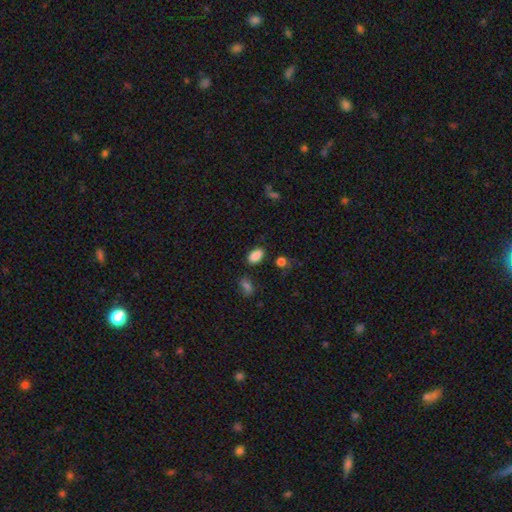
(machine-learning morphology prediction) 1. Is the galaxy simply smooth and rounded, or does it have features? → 87% smooth, 9% star or artifact, 4% featured or disk.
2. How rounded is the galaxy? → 92% in between, 6% round, 2% cigar-shaped.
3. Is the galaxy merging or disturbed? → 83% none, 11% minor disturbance, 3% merger, 3% major disturbance.